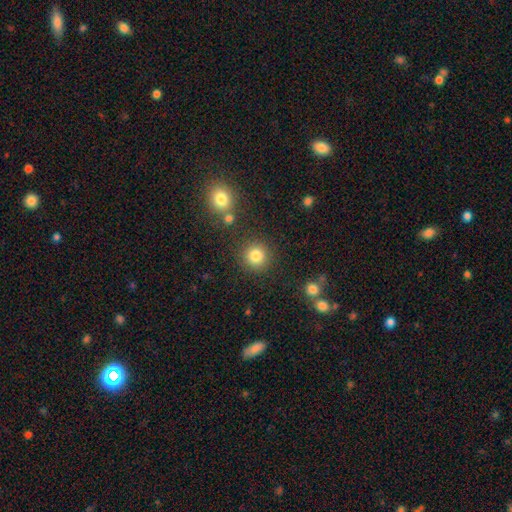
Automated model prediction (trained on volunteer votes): The model was most divided on "smooth or featured": smooth: 83%, star or artifact: 12%, featured or disk: 5%. More confident: how rounded — round (93%); merging — none (85%).